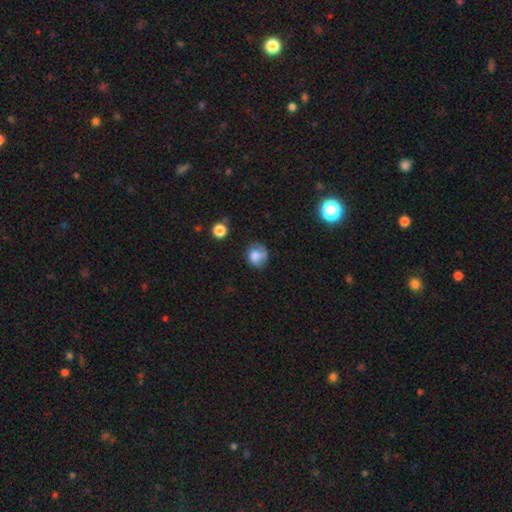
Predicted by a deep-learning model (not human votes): This is likely a smooth galaxy (70%). How rounded: likely round (74%). Merging: possibly none (58%).